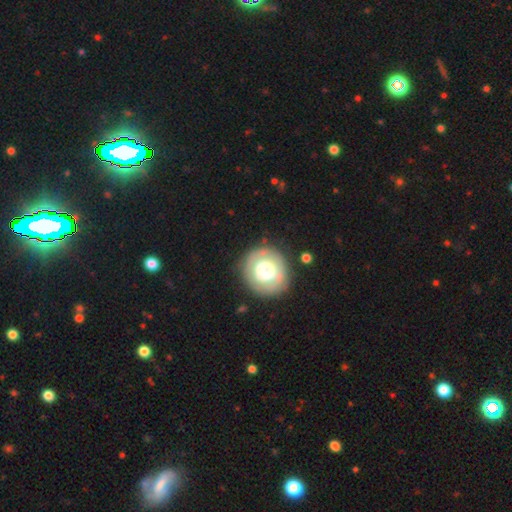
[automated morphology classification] smooth_or_featured: featured or disk (p=0.48) [alt: smooth p=0.42]
merging: none (p=0.80) [alt: minor disturbance p=0.13]